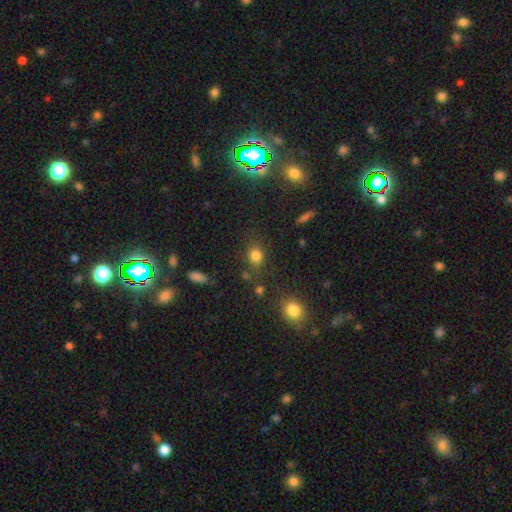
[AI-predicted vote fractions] The model was most divided on "how rounded": round: 65%, in between: 34%, cigar-shaped: 1%. More confident: smooth or featured — smooth (79%); merging — none (75%).